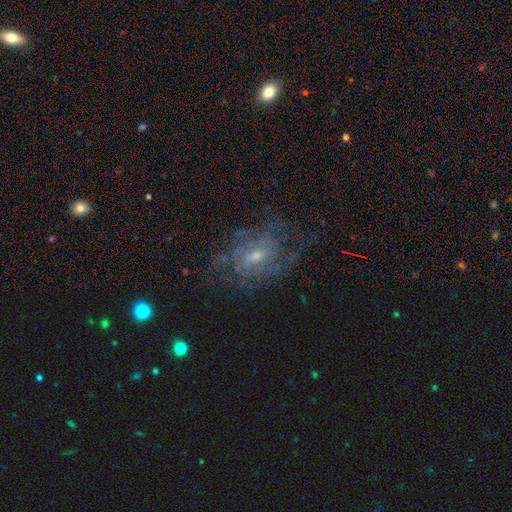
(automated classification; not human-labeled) smooth-or-featured: featured or disk: 75% | smooth: 15% | star or artifact: 11%
  disk-edge-on: no: 96% | yes: 4%
    bar: weak: 47% | no: 45% | strong: 9%
    has-spiral-arms: yes: 78% | no: 22%
      spiral-winding: tight: 47% | medium: 38% | loose: 16%
      spiral-arm-count: can't tell: 55% | 2: 18% | 3: 10% | 4: 7% | 1: 5% | more than 4: 5%
    bulge-size: small: 55% | moderate: 38% | none: 4% | large: 2% | dominant: 1%
  merging: none: 61% | minor disturbance: 19% | major disturbance: 18% | merger: 2%